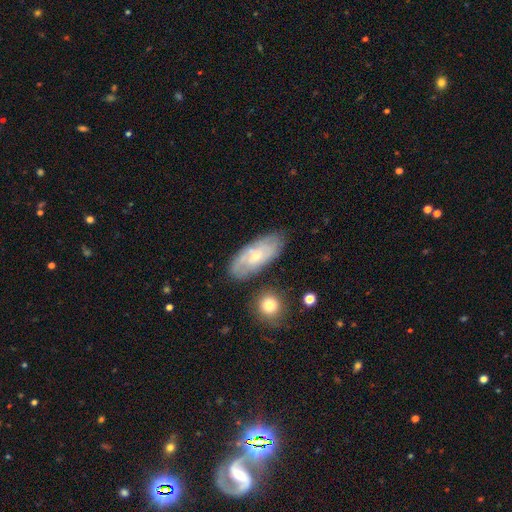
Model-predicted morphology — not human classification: featured or disk 55%, smooth 38%, star or artifact 7%. Down the decision tree: edge-on disk — no (89%); merging — none (70%).